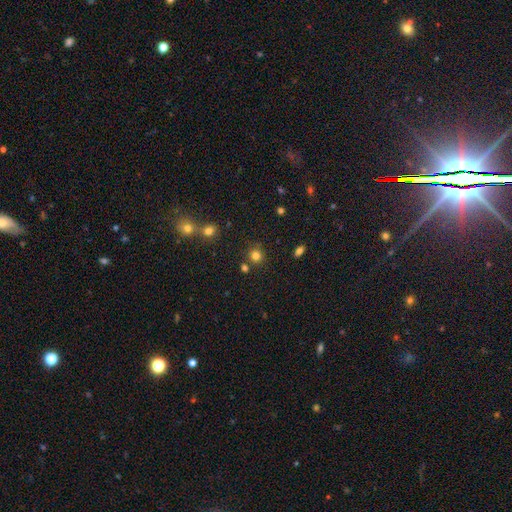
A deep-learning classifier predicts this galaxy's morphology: A smooth galaxy with no disk features (79%) that is round (89%). Merging: none (78%).